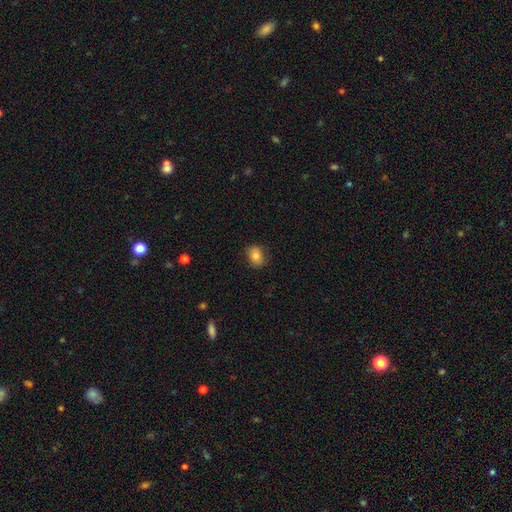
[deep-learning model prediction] A smooth galaxy with no disk features (81%) that is in between round and cigar-shaped (64%). Merging: none (82%).